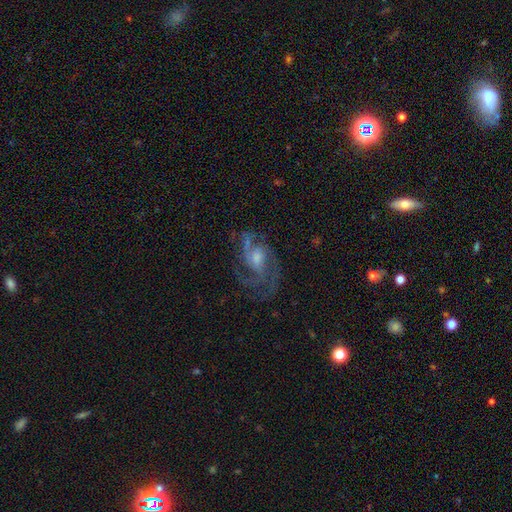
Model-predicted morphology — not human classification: A featured or disk galaxy (82%) with no bar (52%), 3 (35%) medium (51%) spiral arms (94%) and a moderate central bulge (47%). Merging: none (60%).